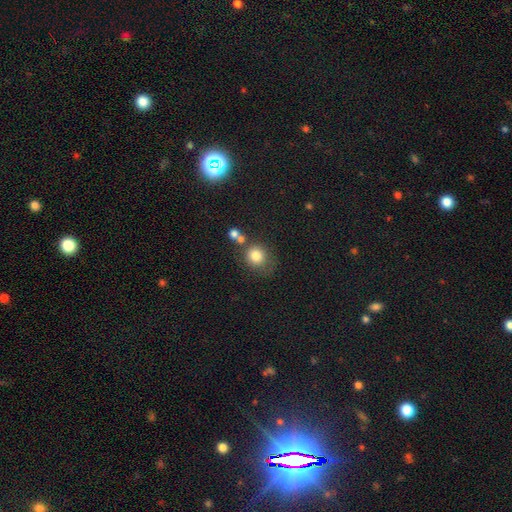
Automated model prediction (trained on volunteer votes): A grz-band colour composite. It shows a smooth galaxy with no disk features (80%) that is round (79%). Merging: none (56%).